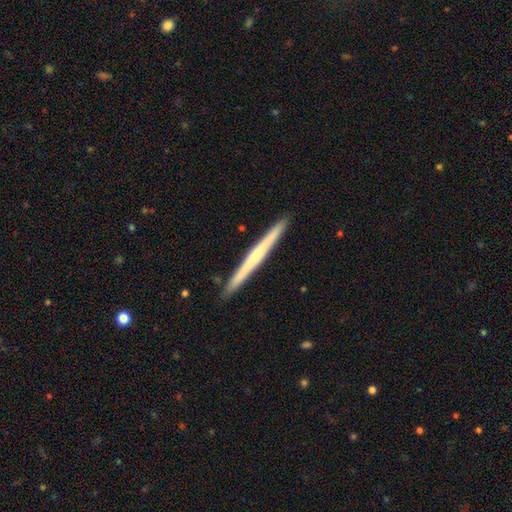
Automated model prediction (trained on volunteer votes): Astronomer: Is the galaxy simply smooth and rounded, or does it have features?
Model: featured or disk — 57% (runner-up: smooth, 37%).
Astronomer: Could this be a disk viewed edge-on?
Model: yes — 97%.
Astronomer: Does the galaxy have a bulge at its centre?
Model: none — 61%.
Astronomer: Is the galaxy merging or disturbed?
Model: none — 92%.